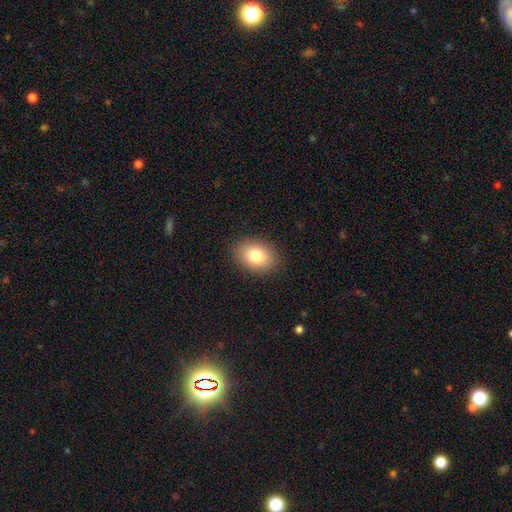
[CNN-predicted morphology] smooth 82%, featured or disk 9%, star or artifact 9%. Down the decision tree: how rounded — in between (77%); merging — none (88%).